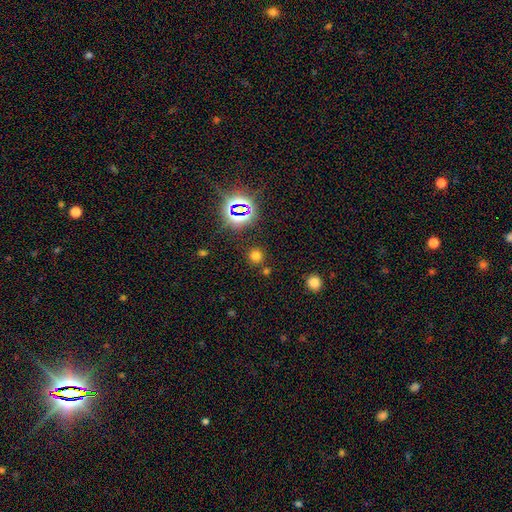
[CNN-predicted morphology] Smooth or featured?
  - smooth: 65% *
  - star or artifact: 29%
  - featured or disk: 6%
How rounded?
  - round: 92% *
  - in between: 7%
  - cigar-shaped: 1%
Merging?
  - none: 81% *
  - merger: 9%
  - minor disturbance: 7%
  - major disturbance: 3%